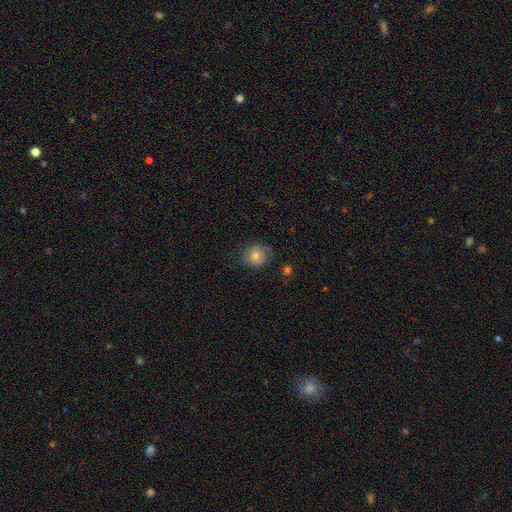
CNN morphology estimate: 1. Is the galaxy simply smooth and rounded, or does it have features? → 63% smooth, 25% featured or disk, 12% star or artifact.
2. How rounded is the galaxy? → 81% round, 18% in between, 1% cigar-shaped.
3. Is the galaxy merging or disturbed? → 73% none, 19% minor disturbance, 7% major disturbance, 1% merger.